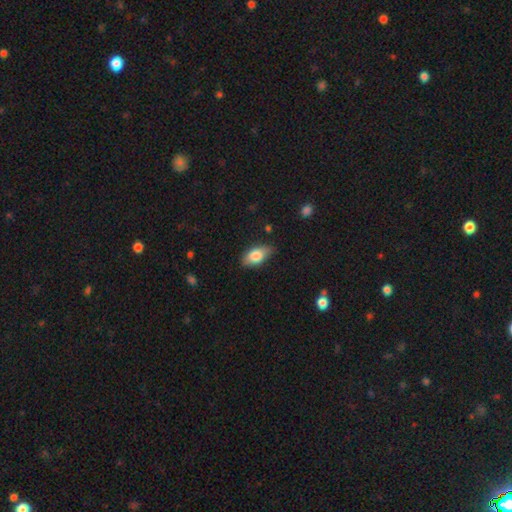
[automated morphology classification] The model was most divided on "merging": none: 74%, minor disturbance: 21%, major disturbance: 4%, merger: 1%. More confident: how rounded — in between (90%); smooth or featured — smooth (79%).